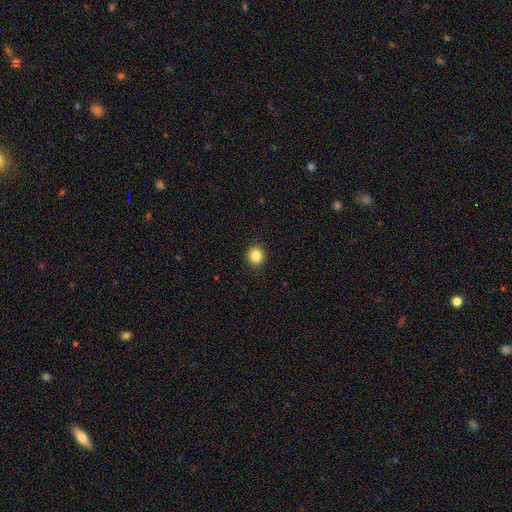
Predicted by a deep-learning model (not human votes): Smooth or featured?
  - smooth: 85% *
  - star or artifact: 10%
  - featured or disk: 5%
How rounded?
  - round: 87% *
  - in between: 12%
  - cigar-shaped: 1%
Merging?
  - none: 92% *
  - minor disturbance: 5%
  - major disturbance: 2%
  - merger: 1%